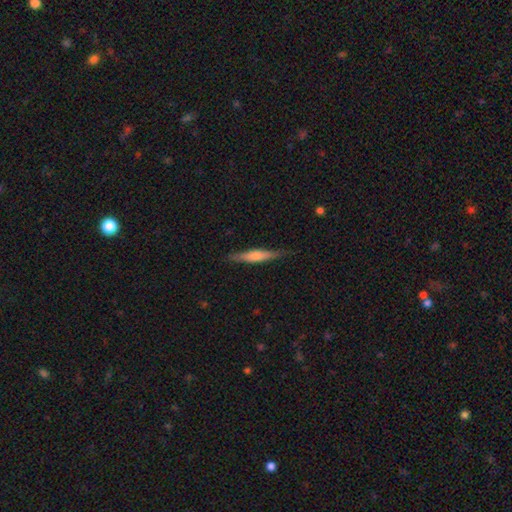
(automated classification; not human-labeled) A featured or disk galaxy (57%) viewed edge-on (96%) with a rounded central bulge (64%). Merging: none (86%).